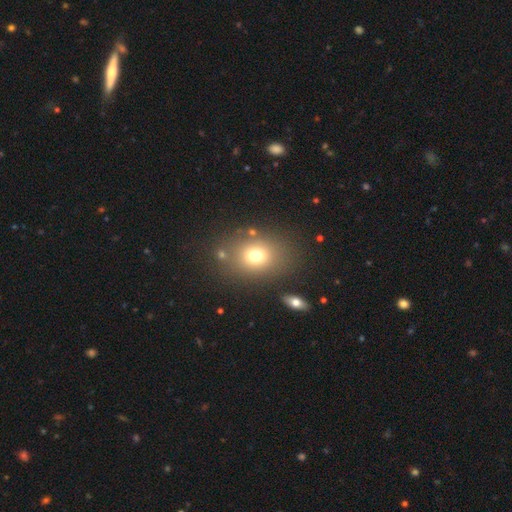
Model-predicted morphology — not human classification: Smooth or featured?
  - smooth: 72% *
  - star or artifact: 15%
  - featured or disk: 13%
How rounded?
  - in between: 52% *
  - round: 47%
  - cigar-shaped: 1%
Merging?
  - none: 76% *
  - minor disturbance: 11%
  - merger: 7%
  - major disturbance: 6%